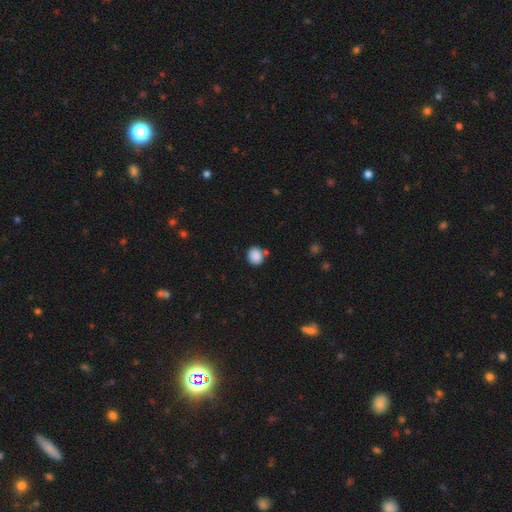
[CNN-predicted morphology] Smooth or featured: smooth — 88% (star or artifact — 9%)
How rounded: round — 73% (in between — 26%)
Merging: none — 75% (minor disturbance — 12%)